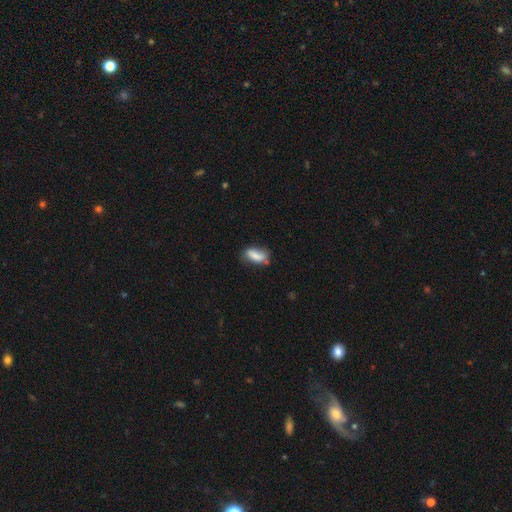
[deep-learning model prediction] smooth 75%, featured or disk 16%, star or artifact 8%. Down the decision tree: how rounded — in between (76%); merging — none (54%).